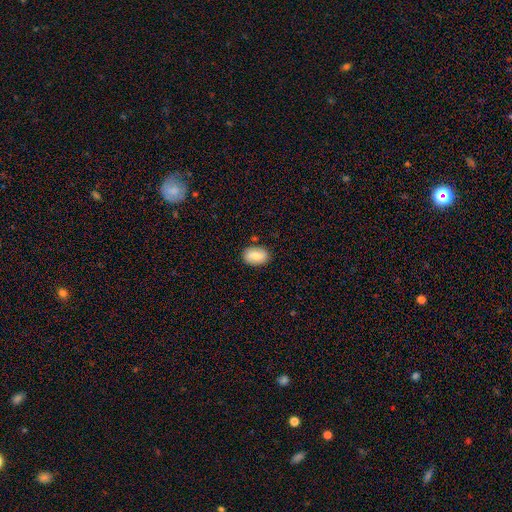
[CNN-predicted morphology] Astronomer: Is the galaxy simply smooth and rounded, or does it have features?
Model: smooth — 73%.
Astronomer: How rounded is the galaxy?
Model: in between — 86%.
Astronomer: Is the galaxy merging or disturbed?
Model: none — 83%.